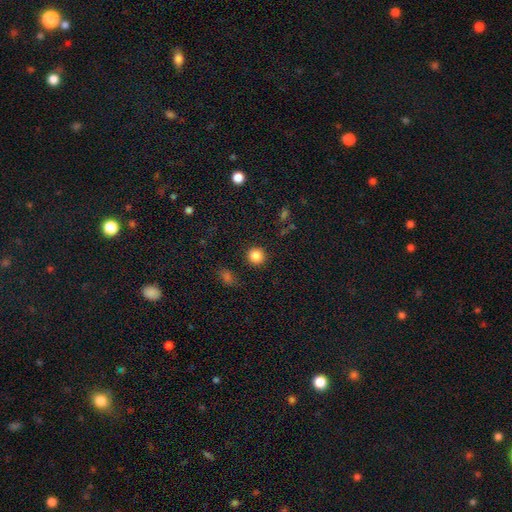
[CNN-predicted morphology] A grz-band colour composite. It shows a smooth galaxy with no disk features (85%) that is round (93%). Merging: none (91%).